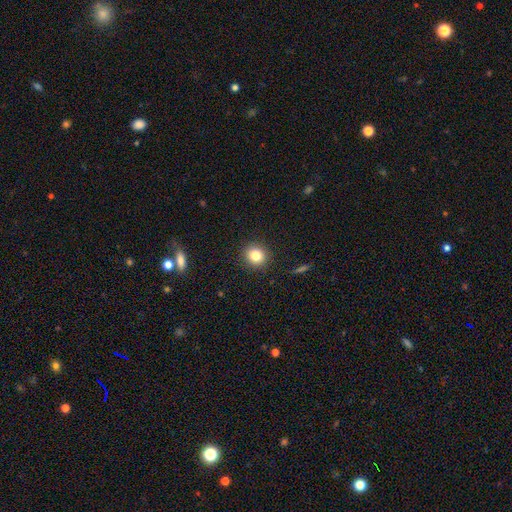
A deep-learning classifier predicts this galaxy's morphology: A smooth galaxy with no disk features (81%) that is round (89%). Merging: none (91%).